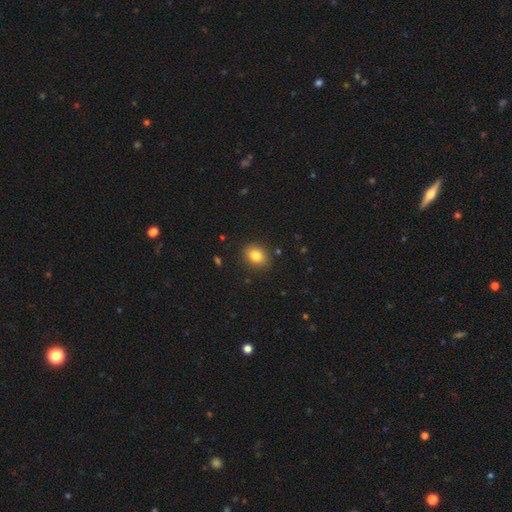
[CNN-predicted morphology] smooth-or-featured: smooth: 84% | star or artifact: 9% | featured or disk: 7%
  how-rounded: in between: 65% | round: 34% | cigar-shaped: 1%
  merging: none: 87% | minor disturbance: 9% | major disturbance: 2% | merger: 1%